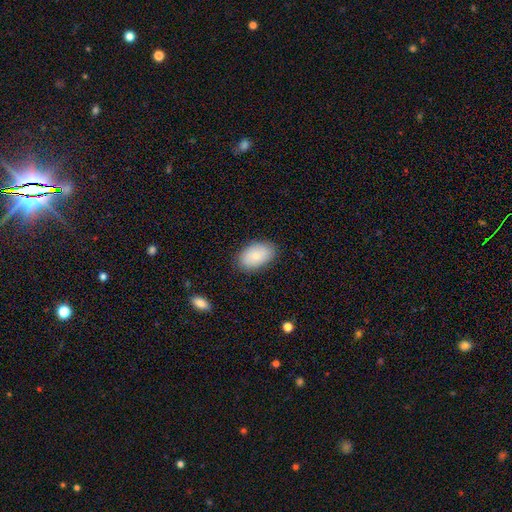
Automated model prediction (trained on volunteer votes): A smooth galaxy with no disk features (83%) that is in between round and cigar-shaped (93%). Merging: none (85%).